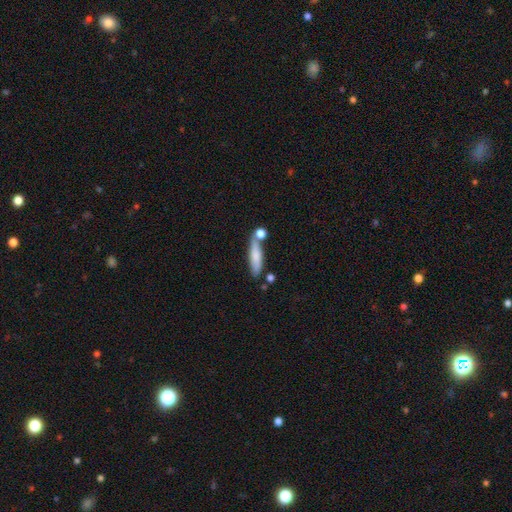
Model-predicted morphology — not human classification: A smooth galaxy with no disk features (75%) that is cigar-shaped (67%).

Vote fractions:
- Smooth or featured? smooth: 75% / featured or disk: 18% / star or artifact: 7%
- How rounded? cigar-shaped: 67% / in between: 30% / round: 3%
- Merging? none: 62% / merger: 17% / minor disturbance: 16% / major disturbance: 5%